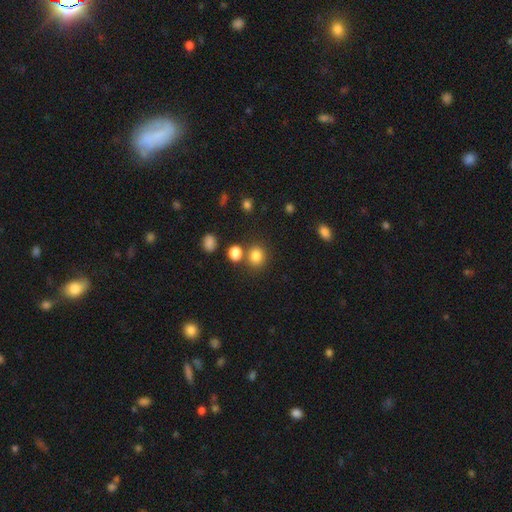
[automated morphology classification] This appears to be a smooth galaxy with no disk features (81%) that is round (79%). Merging: none (74%).